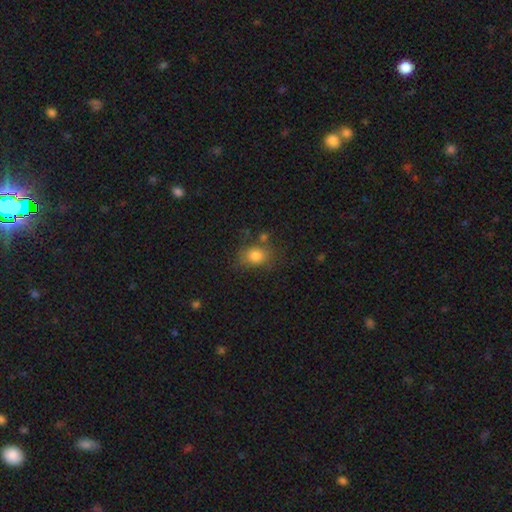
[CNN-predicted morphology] smooth-or-featured: smooth: 81% | star or artifact: 11% | featured or disk: 8%
  how-rounded: in between: 51% | round: 48% | cigar-shaped: 1%
  merging: none: 66% | minor disturbance: 20% | major disturbance: 7% | merger: 7%